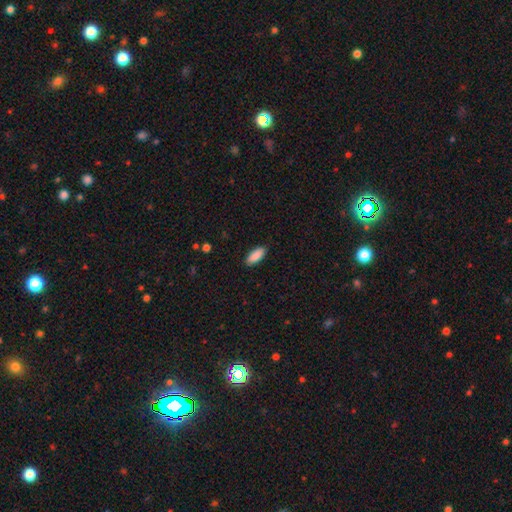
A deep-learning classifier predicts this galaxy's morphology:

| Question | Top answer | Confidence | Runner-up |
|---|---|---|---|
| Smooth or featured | smooth | 90% | star or artifact (6%) |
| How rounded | in between | 80% | cigar-shaped (18%) |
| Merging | none | 89% | minor disturbance (8%) |